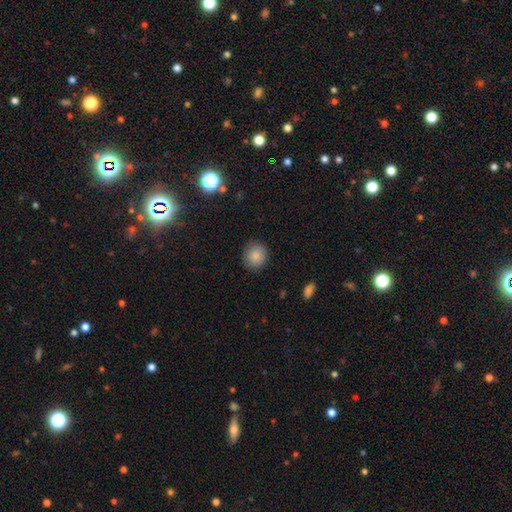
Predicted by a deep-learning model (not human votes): A smooth galaxy with no disk features (85%) that is round (86%). Merging: none (86%).